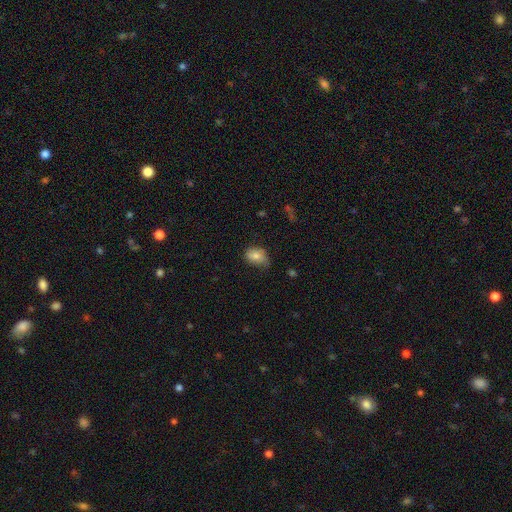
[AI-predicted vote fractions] smooth-or-featured: smooth: 79% | featured or disk: 12% | star or artifact: 9%
  how-rounded: in between: 73% | round: 26% | cigar-shaped: 1%
  merging: none: 53% | minor disturbance: 37% | major disturbance: 9% | merger: 2%